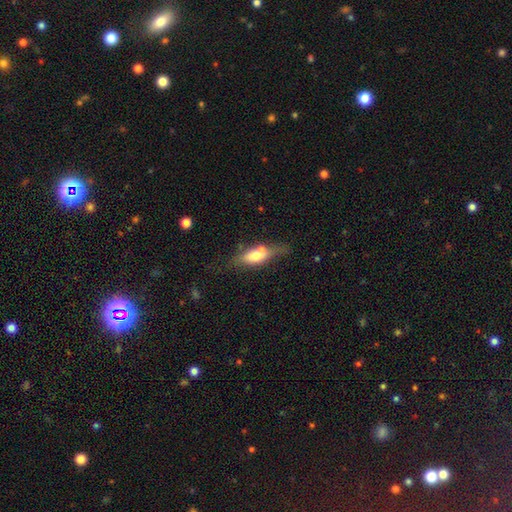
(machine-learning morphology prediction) Q: Smooth or featured?
A: smooth (59%); runner-up: featured or disk (34%)
Q: How rounded?
A: in between (64%); runner-up: cigar-shaped (32%)
Q: Merging?
A: none (48%); runner-up: minor disturbance (25%)